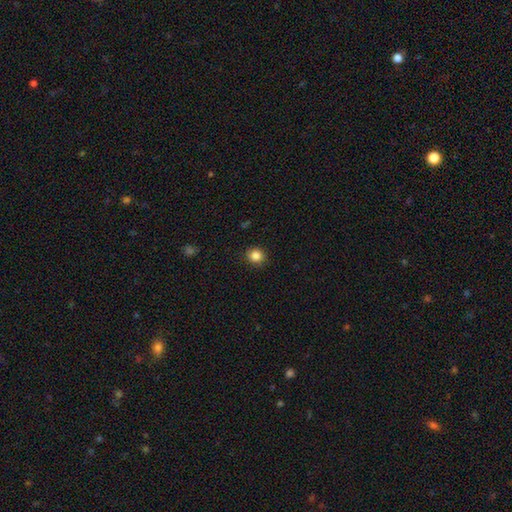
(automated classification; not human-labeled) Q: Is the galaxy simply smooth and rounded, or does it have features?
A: smooth — 85%.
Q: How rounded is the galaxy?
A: round — 88%.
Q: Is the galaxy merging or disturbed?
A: none — 90%.